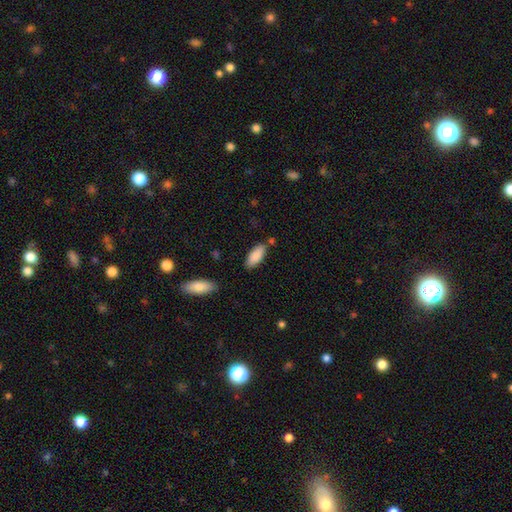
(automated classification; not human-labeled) This is clearly a smooth galaxy (88%). How rounded: clearly in between (80%). Merging: likely none (75%).